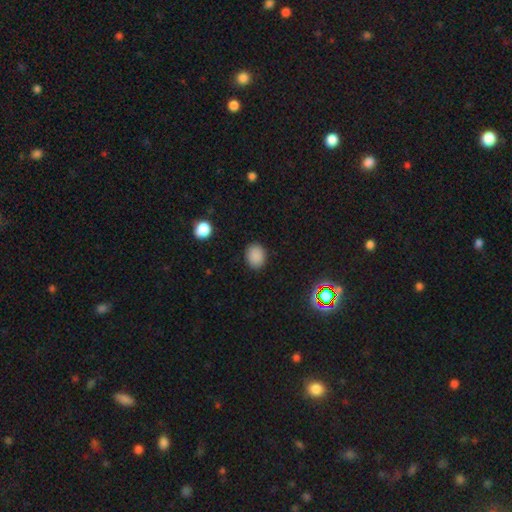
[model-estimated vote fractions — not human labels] Morphology: type=smooth (86%); roundness=round (51%); merging=none (88%).